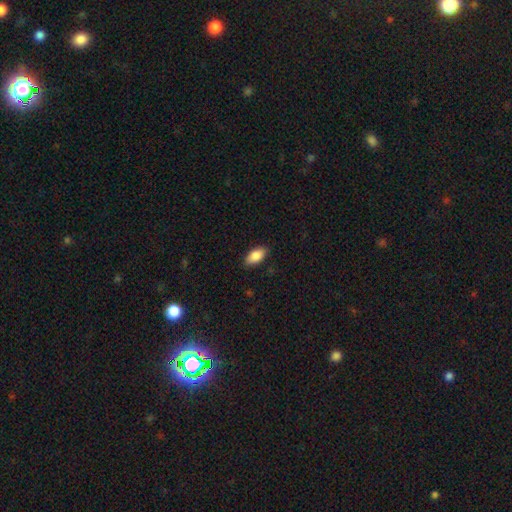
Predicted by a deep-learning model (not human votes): A smooth galaxy with no disk features (87%) that is in between round and cigar-shaped (92%).

Vote fractions:
- Smooth or featured? smooth: 87% / star or artifact: 7% / featured or disk: 6%
- How rounded? in between: 92% / cigar-shaped: 5% / round: 3%
- Merging? none: 86% / minor disturbance: 10% / major disturbance: 2% / merger: 1%